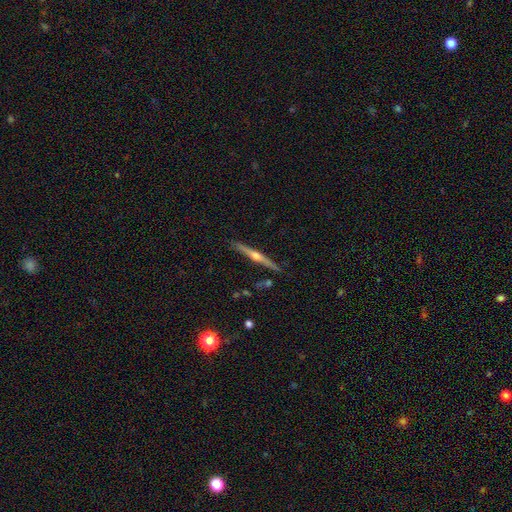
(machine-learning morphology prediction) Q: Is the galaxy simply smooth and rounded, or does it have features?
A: featured or disk — 79%.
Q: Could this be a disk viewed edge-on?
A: yes — 98%.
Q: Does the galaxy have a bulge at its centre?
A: rounded — 93%.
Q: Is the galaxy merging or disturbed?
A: none — 90%.